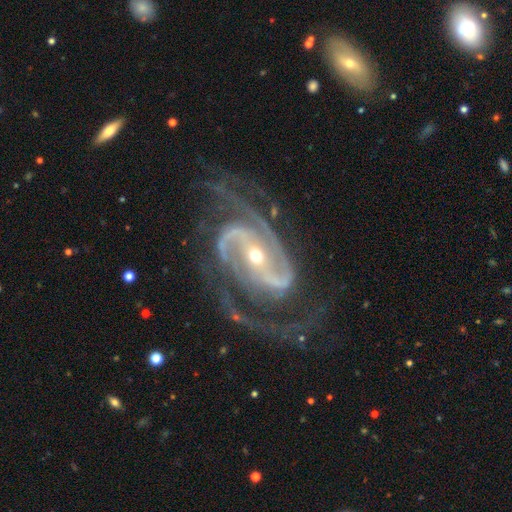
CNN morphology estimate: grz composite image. It shows a featured or disk galaxy (93%) with a strong bar (51%), 2 (79%) medium (55%) spiral arms (99%) and a small central bulge (58%). Merging: none (67%).